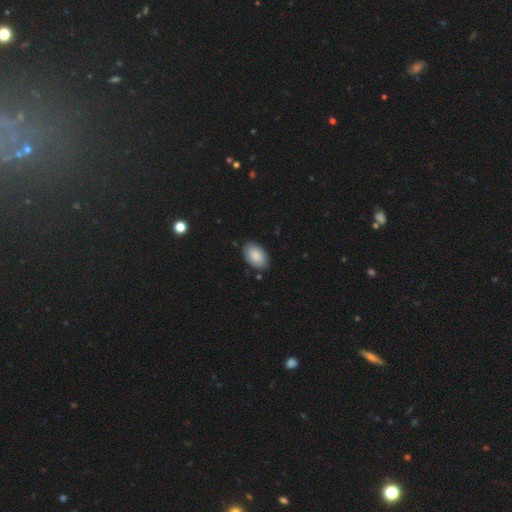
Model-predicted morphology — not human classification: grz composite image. It shows a smooth galaxy with no disk features (86%) that is in between round and cigar-shaped (93%). Merging: none (83%).